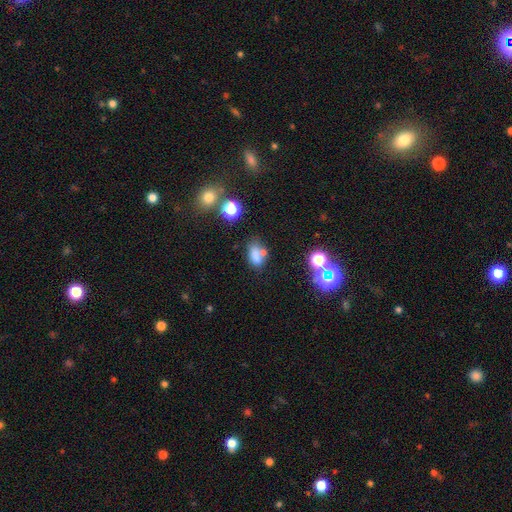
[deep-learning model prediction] Overall: smooth (70%). How rounded: in between (79%). Merging: none (46%; merger 29%).